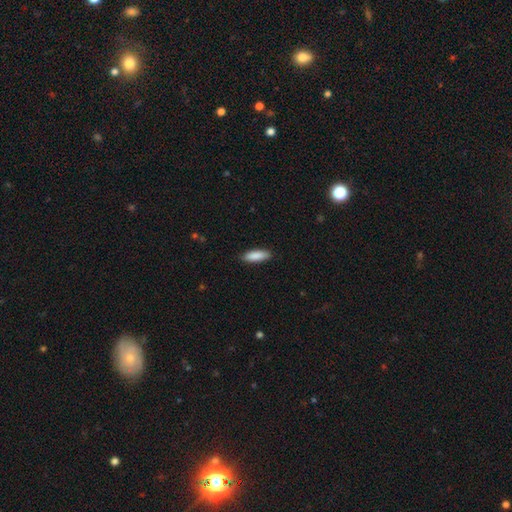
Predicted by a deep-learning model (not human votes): A smooth galaxy with no disk features (89%) that is in between round and cigar-shaped (54%). Merging: none (87%).